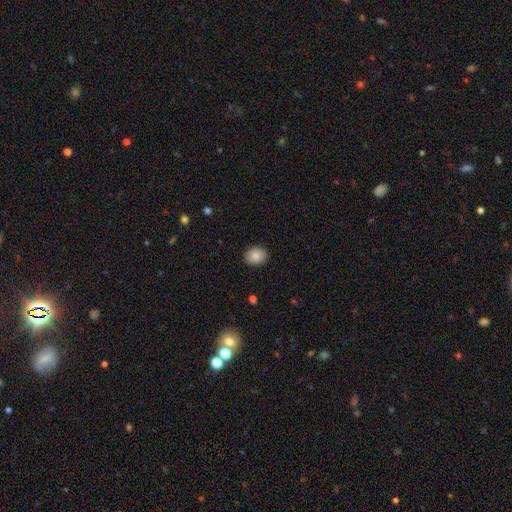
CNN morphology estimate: type=smooth (86%); roundness=round (57%); merging=none (90%).